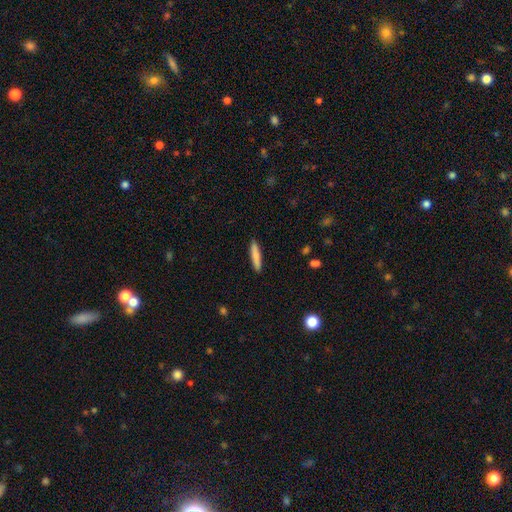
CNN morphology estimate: type=smooth (81%); roundness=cigar-shaped (90%); merging=none (91%).